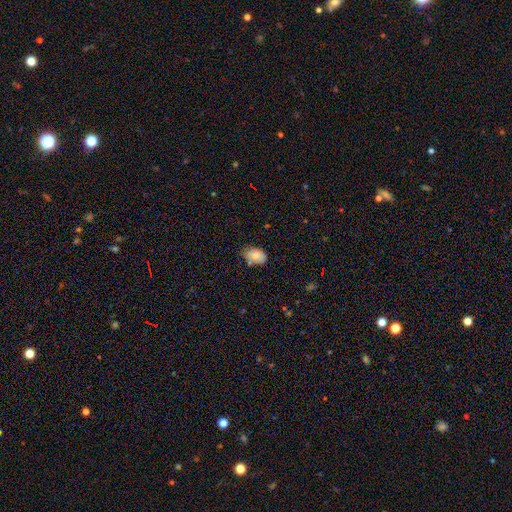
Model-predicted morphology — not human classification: Smooth or featured: smooth — 83% (featured or disk — 9%)
How rounded: in between — 87% (round — 12%)
Merging: none — 66% (minor disturbance — 25%)